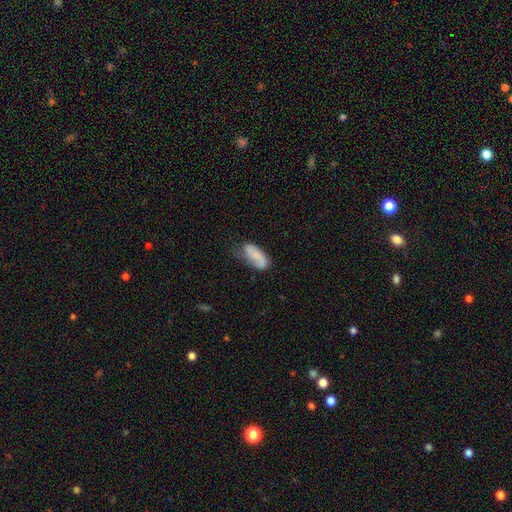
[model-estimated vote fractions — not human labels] Smooth or featured: smooth — 60% (featured or disk — 33%)
How rounded: in between — 86% (cigar-shaped — 12%)
Merging: none — 47% (minor disturbance — 35%)